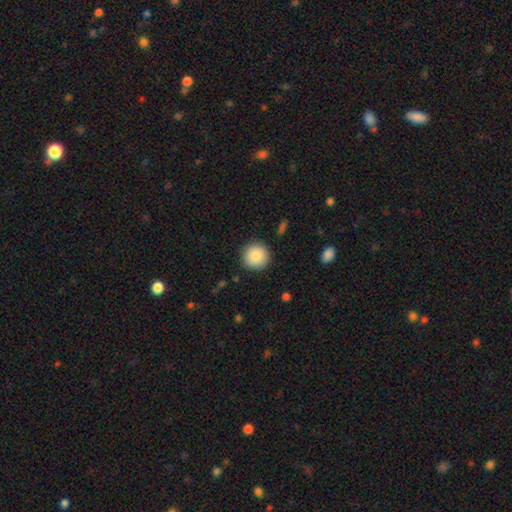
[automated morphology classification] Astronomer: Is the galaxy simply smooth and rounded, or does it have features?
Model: smooth — 87%.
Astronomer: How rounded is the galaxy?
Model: round — 95%.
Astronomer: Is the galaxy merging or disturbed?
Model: none — 90%.